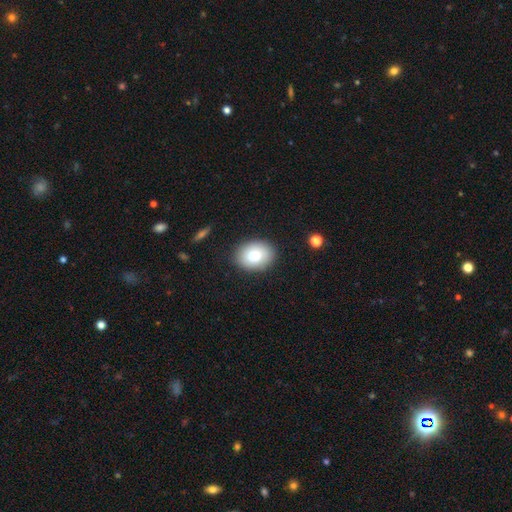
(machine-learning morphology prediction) Smooth or featured: smooth — 84% (featured or disk — 9%)
How rounded: in between — 71% (round — 28%)
Merging: none — 86% (minor disturbance — 10%)